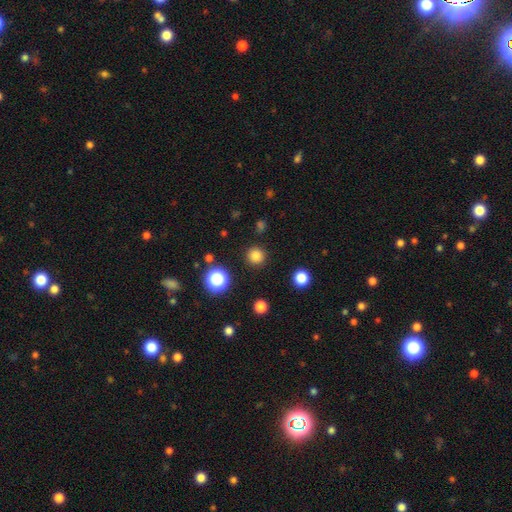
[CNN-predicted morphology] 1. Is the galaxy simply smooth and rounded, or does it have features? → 81% smooth, 15% star or artifact, 4% featured or disk.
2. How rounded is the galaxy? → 95% round, 4% in between, 1% cigar-shaped.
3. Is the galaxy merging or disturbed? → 90% none, 6% minor disturbance, 2% major disturbance, 2% merger.